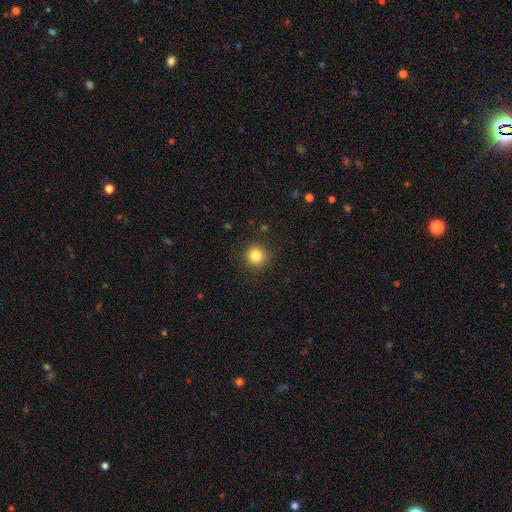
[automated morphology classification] type=smooth (83%); roundness=round (93%); merging=none (89%).